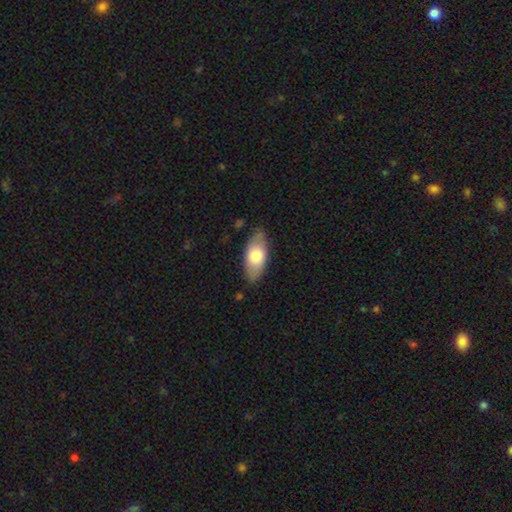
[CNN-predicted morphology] smooth_or_featured: smooth (p=0.70) [alt: featured or disk p=0.24]
how_rounded: in between (p=0.88) [alt: cigar-shaped p=0.10]
merging: none (p=0.81) [alt: minor disturbance p=0.14]